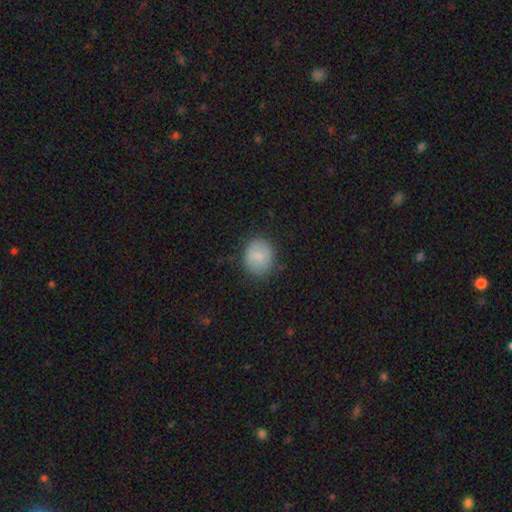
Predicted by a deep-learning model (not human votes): This is likely a smooth galaxy (77%). How rounded: likely round (64%). Merging: clearly none (82%).